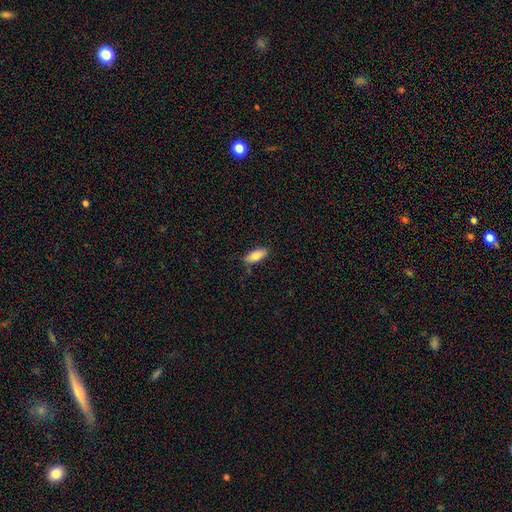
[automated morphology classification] smooth-or-featured: smooth: 83% | featured or disk: 11% | star or artifact: 7%
  how-rounded: in between: 84% | cigar-shaped: 14% | round: 2%
  merging: none: 82% | minor disturbance: 14% | major disturbance: 3% | merger: 1%